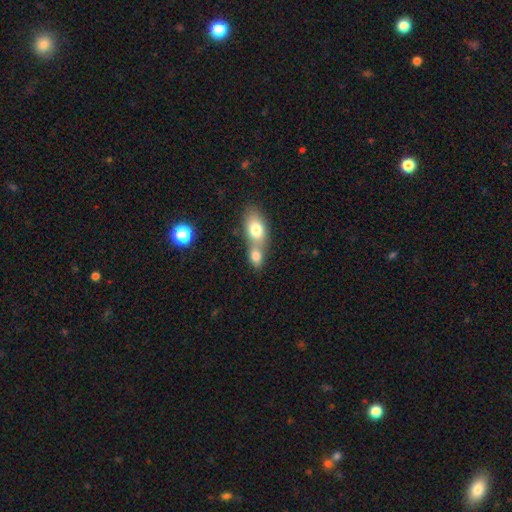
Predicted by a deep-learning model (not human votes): Smooth or featured? smooth (77%)
How rounded? in between (73%)
Merging? merger (69%)